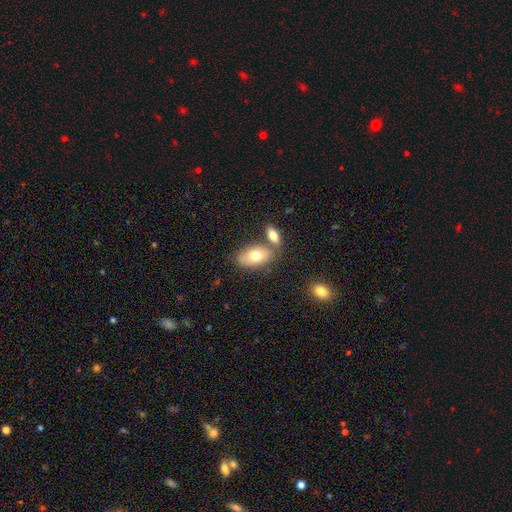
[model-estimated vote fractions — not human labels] A smooth galaxy with no disk features (73%) that is in between round and cigar-shaped (91%). Merging: none (58%).